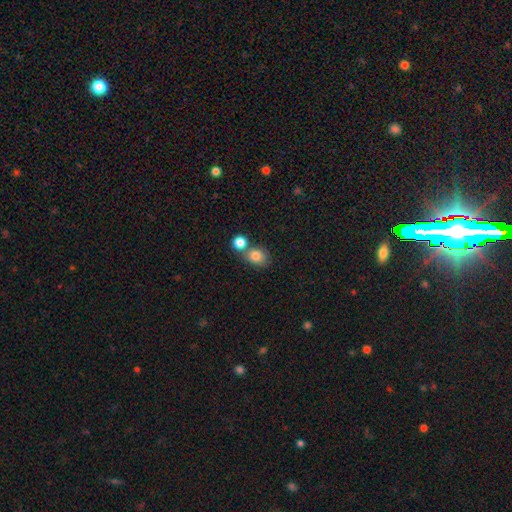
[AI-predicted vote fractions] Morphology: type=smooth (81%); roundness=round (58%); merging=none (53%).